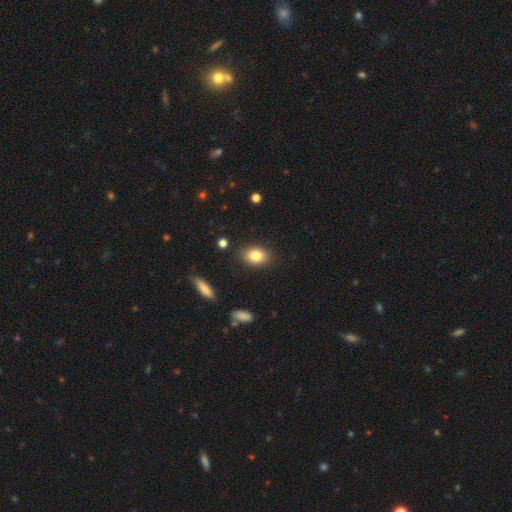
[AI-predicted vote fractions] A smooth galaxy with no disk features (82%) that is in between round and cigar-shaped (76%). Merging: none (86%).